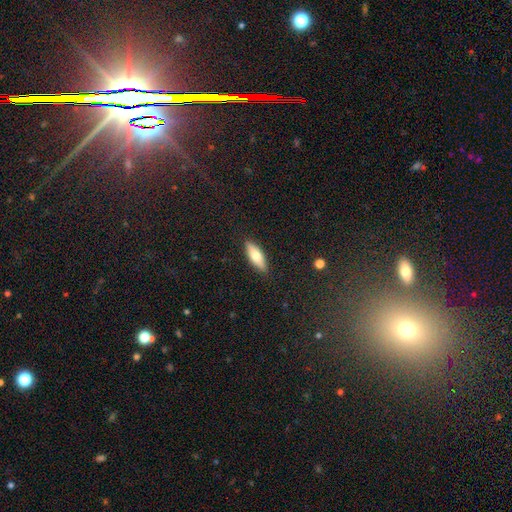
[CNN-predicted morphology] Smooth or featured? smooth (65%)
How rounded? in between (56%)
Merging? none (89%)